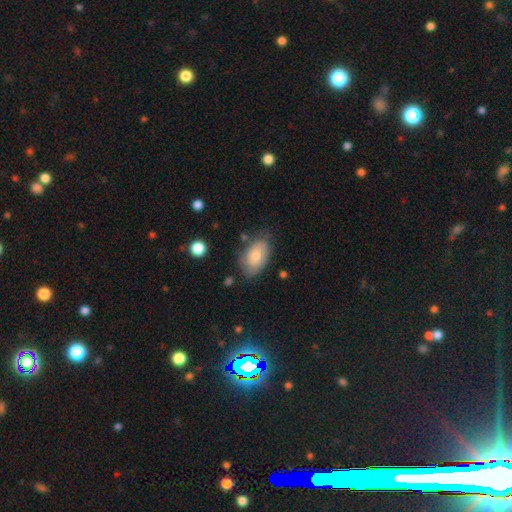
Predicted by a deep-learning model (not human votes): Smooth or featured? smooth (70%)
How rounded? in between (92%)
Merging? none (66%)